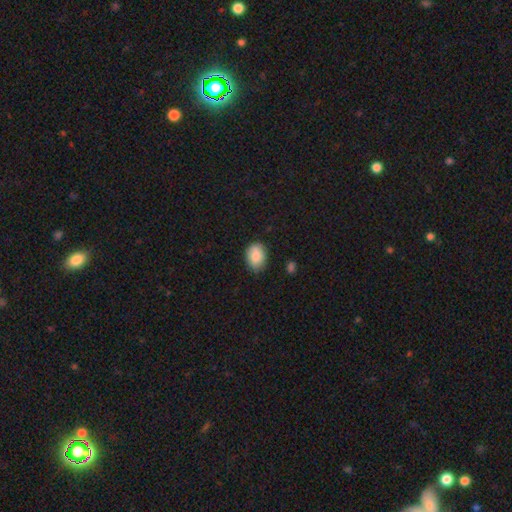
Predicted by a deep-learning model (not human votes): smooth-or-featured: smooth: 86% | star or artifact: 7% | featured or disk: 7%
  how-rounded: in between: 75% | round: 24% | cigar-shaped: 1%
  merging: none: 79% | minor disturbance: 17% | major disturbance: 3% | merger: 1%